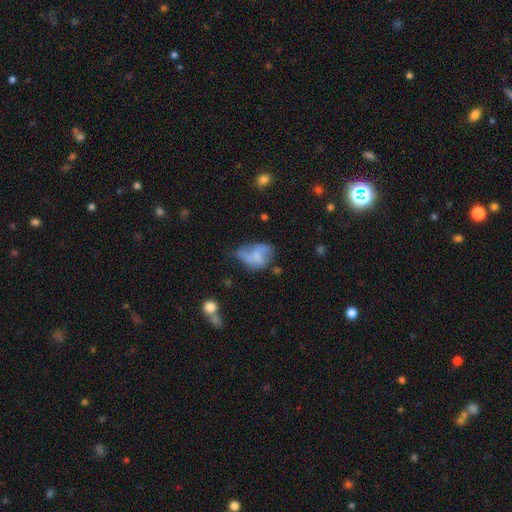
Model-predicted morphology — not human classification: smooth 56%, featured or disk 34%, star or artifact 10%. Down the decision tree: how rounded — in between (77%); merging — major disturbance (32%).